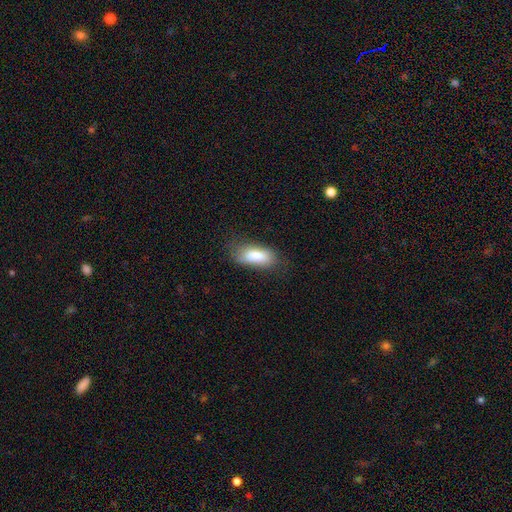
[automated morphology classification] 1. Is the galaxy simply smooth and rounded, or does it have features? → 79% smooth, 13% featured or disk, 8% star or artifact.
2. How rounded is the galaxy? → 83% in between, 14% cigar-shaped, 3% round.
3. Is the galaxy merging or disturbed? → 60% none, 27% minor disturbance, 10% major disturbance, 4% merger.